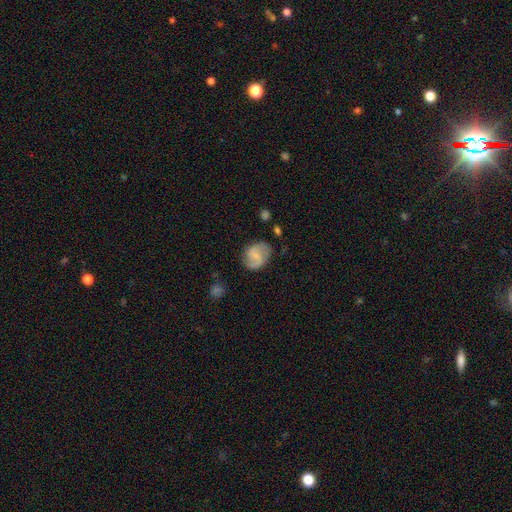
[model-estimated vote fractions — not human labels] Morphology: type=featured or disk (57%); edge-on=no (97%); bar=weak (52%); spiral arms=yes (86%); bulge=small (49%); merging=none (75%).